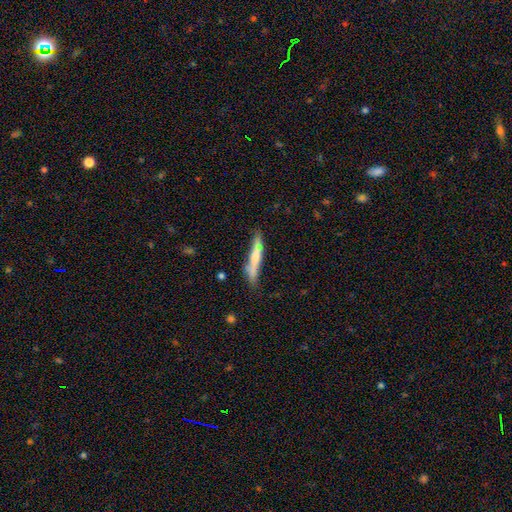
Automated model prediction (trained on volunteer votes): This appears to be a smooth galaxy with no disk features (61%) that is cigar-shaped (92%). Merging: none (67%).